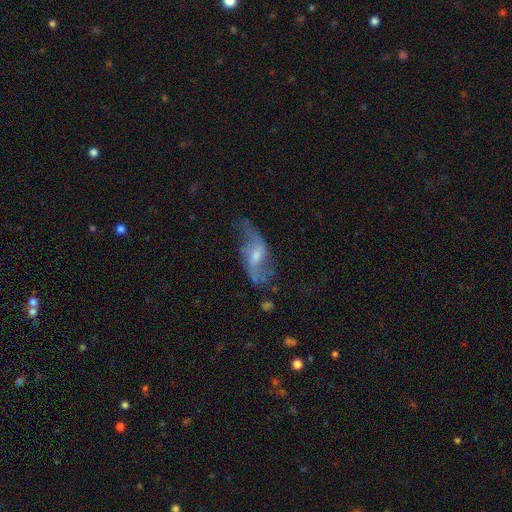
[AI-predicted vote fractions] Q: Smooth or featured?
A: featured or disk (78%); runner-up: smooth (13%)
Q: Edge-on disk?
A: no (91%); runner-up: yes (9%)
Q: Bar?
A: weak (49%); runner-up: no (30%)
Q: Spiral arms?
A: yes (89%); runner-up: no (11%)
Q: Spiral winding?
A: loose (80%); runner-up: medium (15%)
Q: Spiral arm count?
A: 2 (87%); runner-up: can't tell (6%)
Q: Bulge size?
A: small (49%); runner-up: moderate (39%)
Q: Merging?
A: none (60%); runner-up: minor disturbance (22%)